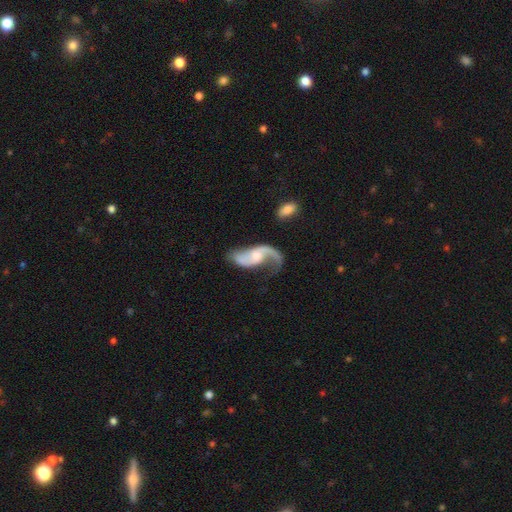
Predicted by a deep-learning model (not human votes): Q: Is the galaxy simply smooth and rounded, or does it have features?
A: featured or disk — 84%.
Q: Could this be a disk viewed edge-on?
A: no — 96%.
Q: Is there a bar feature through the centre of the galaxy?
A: no — 50%.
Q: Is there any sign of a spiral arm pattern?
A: yes — 94%.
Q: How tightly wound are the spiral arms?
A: loose — 78%.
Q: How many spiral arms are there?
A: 2 — 76%.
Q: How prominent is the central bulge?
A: moderate — 42%.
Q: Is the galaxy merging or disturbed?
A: none — 45%.